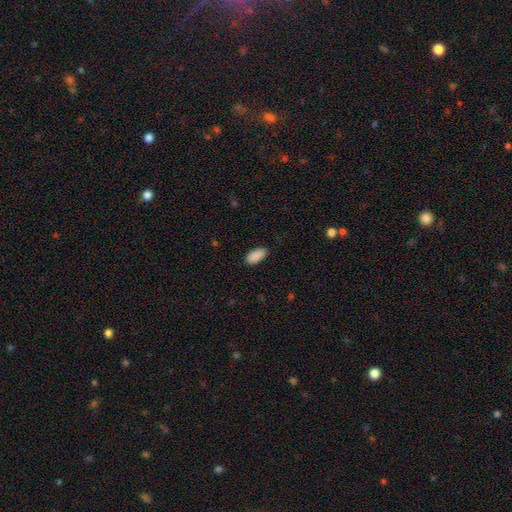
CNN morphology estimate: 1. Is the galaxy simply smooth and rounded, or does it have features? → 90% smooth, 7% star or artifact, 3% featured or disk.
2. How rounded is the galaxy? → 94% in between, 4% cigar-shaped, 2% round.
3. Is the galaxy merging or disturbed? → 87% none, 10% minor disturbance, 2% major disturbance, 1% merger.